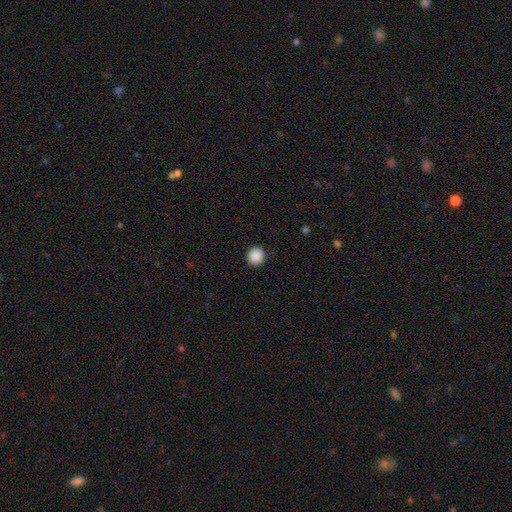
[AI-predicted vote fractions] Q: Smooth or featured?
A: smooth (89%); runner-up: star or artifact (9%)
Q: How rounded?
A: round (91%); runner-up: in between (8%)
Q: Merging?
A: none (91%); runner-up: minor disturbance (6%)